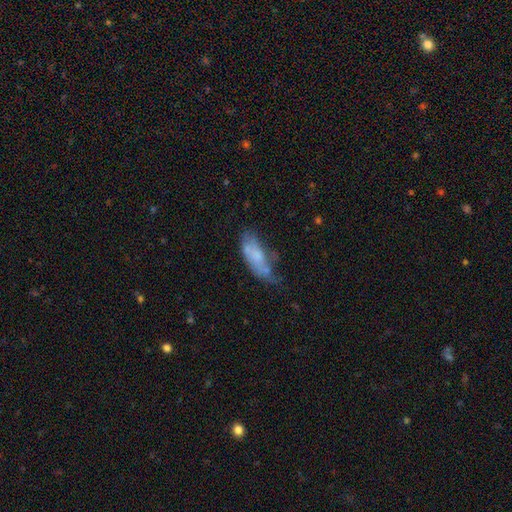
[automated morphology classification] The model was most divided on "merging": minor disturbance: 33%, none: 31%, major disturbance: 26%, merger: 9%. More confident: how rounded — in between (76%); smooth or featured — smooth (57%).